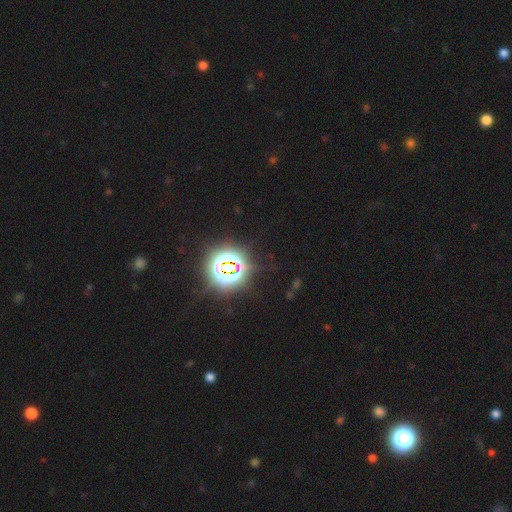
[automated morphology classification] smooth_or_featured: star or artifact (p=0.83) [alt: smooth p=0.12]